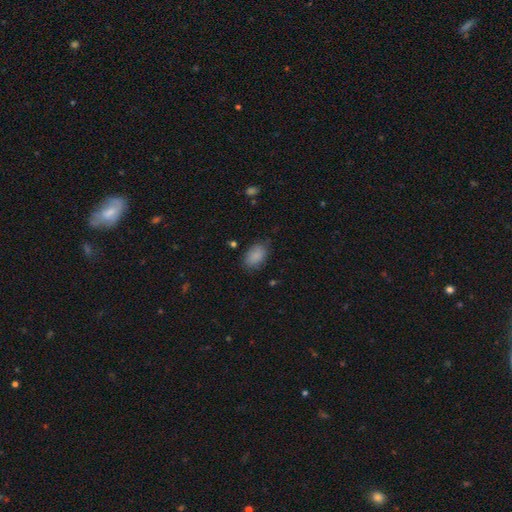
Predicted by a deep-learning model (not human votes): smooth 87%, star or artifact 7%, featured or disk 5%. Down the decision tree: how rounded — in between (90%); merging — none (76%).